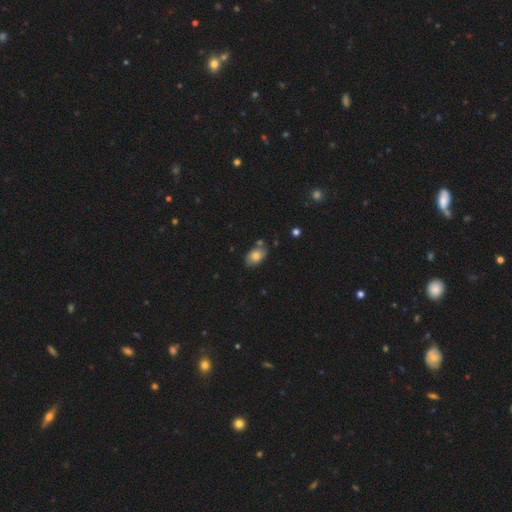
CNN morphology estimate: A smooth galaxy with no disk features (76%) that is in between round and cigar-shaped (85%). Merging: none (71%).